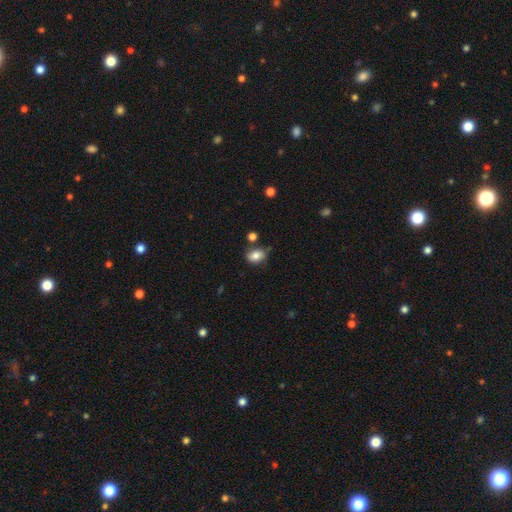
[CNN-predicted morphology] smooth-or-featured: smooth: 80% | featured or disk: 11% | star or artifact: 9%
  how-rounded: in between: 72% | round: 27% | cigar-shaped: 1%
  merging: none: 63% | minor disturbance: 24% | merger: 7% | major disturbance: 6%